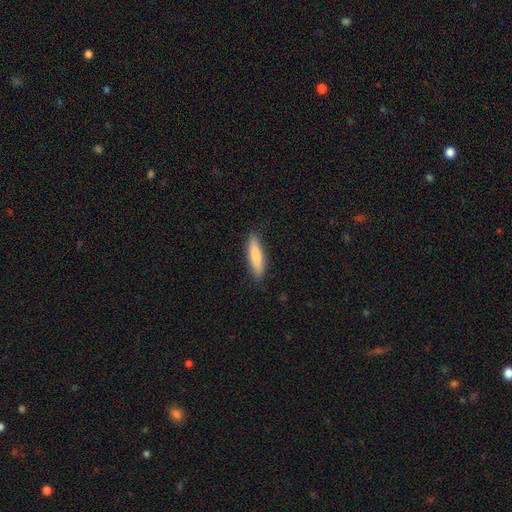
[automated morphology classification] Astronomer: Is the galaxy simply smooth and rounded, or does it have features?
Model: smooth — 82%.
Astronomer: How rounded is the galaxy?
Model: cigar-shaped — 78%.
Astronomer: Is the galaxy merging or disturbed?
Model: none — 87%.